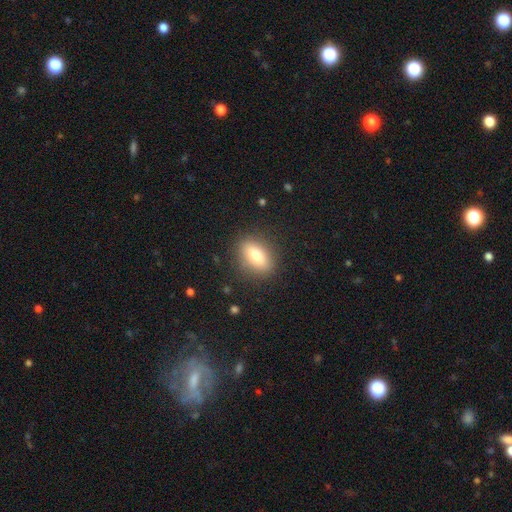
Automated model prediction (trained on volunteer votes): Smooth or featured: smooth — 76% (featured or disk — 16%)
How rounded: in between — 79% (round — 13%)
Merging: none — 86% (minor disturbance — 10%)